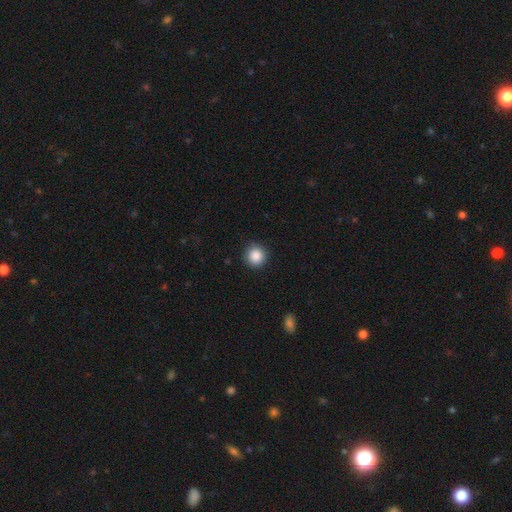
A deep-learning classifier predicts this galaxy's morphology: smooth-or-featured: smooth: 87% | star or artifact: 9% | featured or disk: 4%
  how-rounded: round: 93% | in between: 6% | cigar-shaped: 1%
  merging: none: 89% | minor disturbance: 8% | major disturbance: 2% | merger: 1%